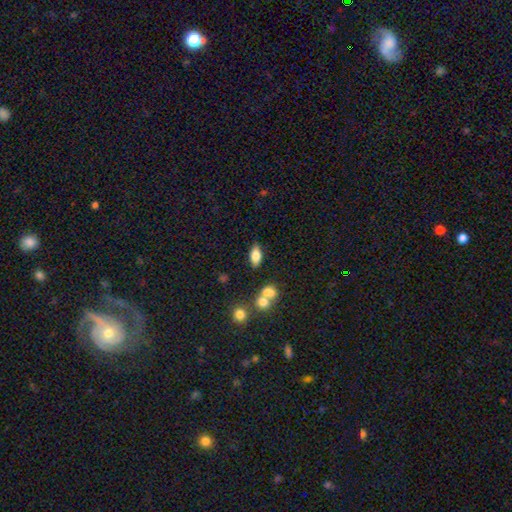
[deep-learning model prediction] Smooth or featured? Predicted: smooth (p=0.71). How rounded? Predicted: in between (p=0.83). Merging? Predicted: none (p=0.78).